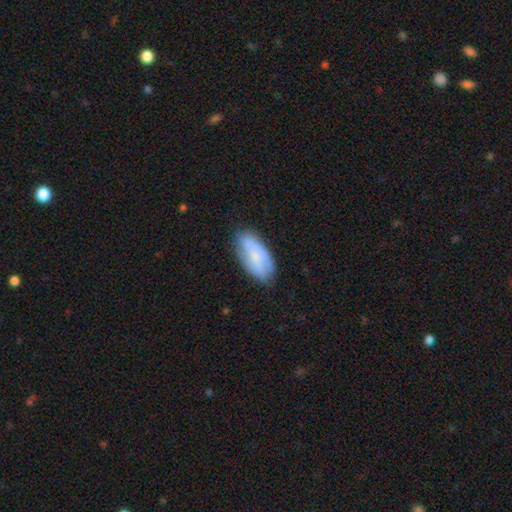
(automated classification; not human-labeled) smooth 51%, featured or disk 42%, star or artifact 7%. Down the decision tree: how rounded — in between (88%); merging — none (74%).